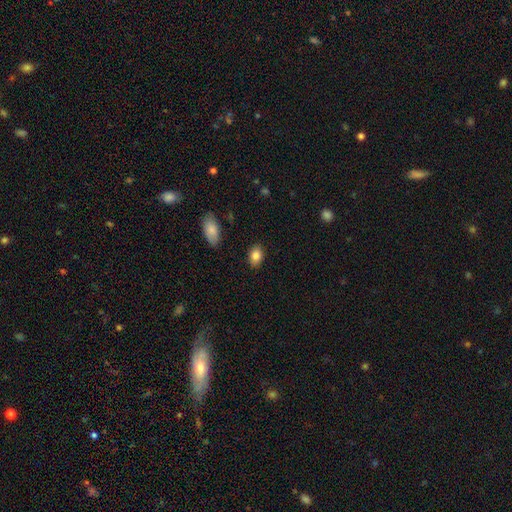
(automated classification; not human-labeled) This is clearly a smooth galaxy (84%). How rounded: likely in between (78%). Merging: clearly none (87%).